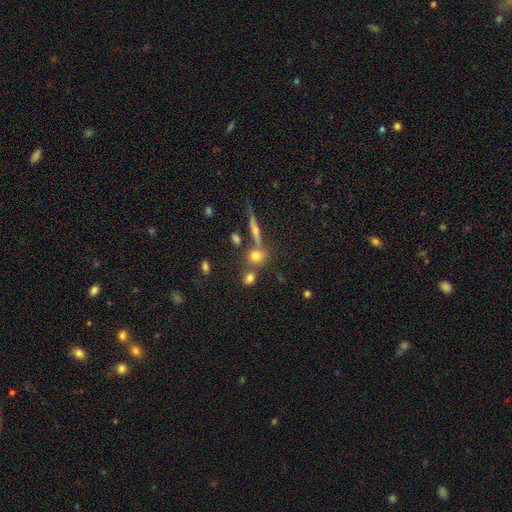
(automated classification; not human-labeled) Smooth or featured? Predicted: smooth (p=0.71). How rounded? Predicted: round (p=0.72). Merging? Predicted: none (p=0.61).